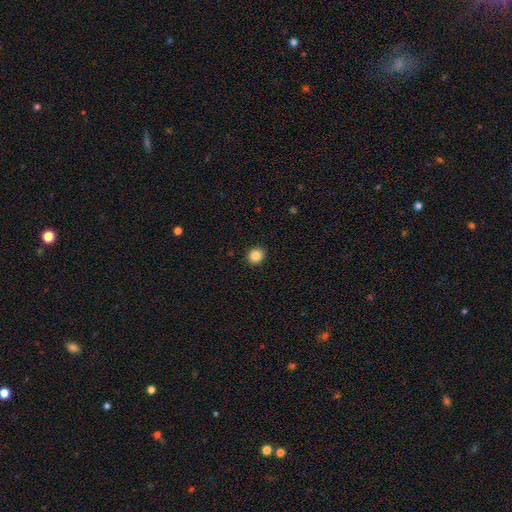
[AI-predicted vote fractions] Smooth or featured?
  - smooth: 86% *
  - star or artifact: 10%
  - featured or disk: 4%
How rounded?
  - round: 83% *
  - in between: 17%
  - cigar-shaped: 1%
Merging?
  - none: 91% *
  - minor disturbance: 6%
  - major disturbance: 2%
  - merger: 1%